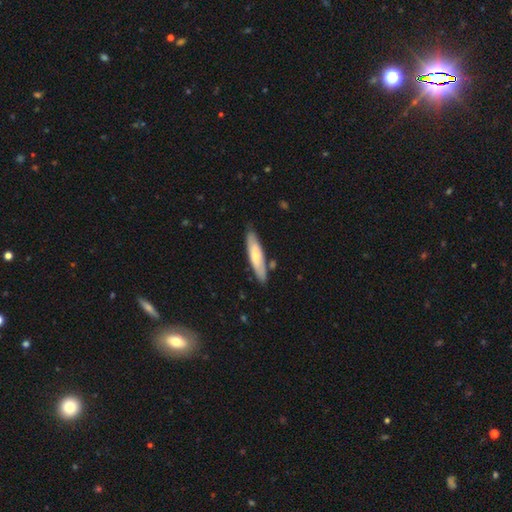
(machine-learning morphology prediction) Smooth or featured: smooth — 60% (featured or disk — 35%)
How rounded: cigar-shaped — 74% (in between — 24%)
Merging: none — 81% (minor disturbance — 13%)